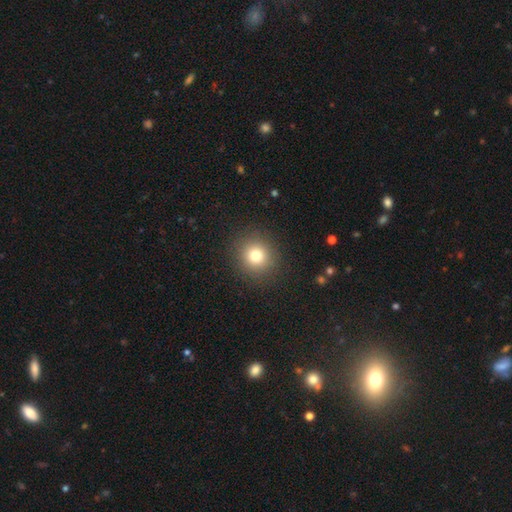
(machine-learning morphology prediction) This is likely a smooth galaxy (78%). How rounded: clearly round (90%). Merging: clearly none (90%).